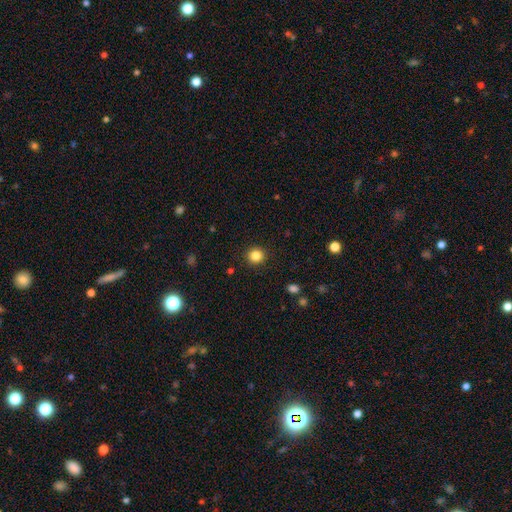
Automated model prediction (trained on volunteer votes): smooth 84%, star or artifact 11%, featured or disk 4%. Down the decision tree: how rounded — round (91%); merging — none (92%).